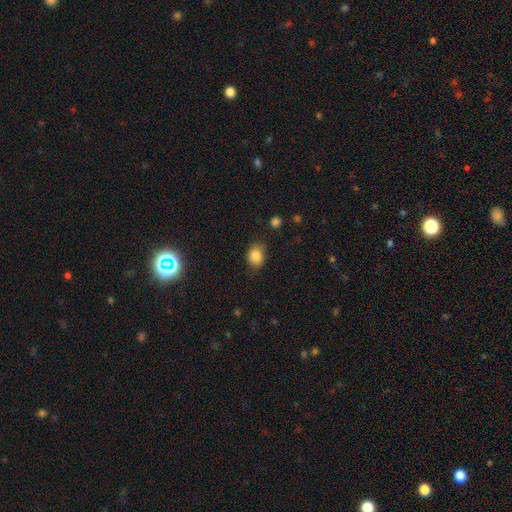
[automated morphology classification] A smooth galaxy with no disk features (85%) that is in between round and cigar-shaped (61%).

Vote fractions:
- Smooth or featured? smooth: 85% / star or artifact: 10% / featured or disk: 5%
- How rounded? in between: 61% / round: 38% / cigar-shaped: 1%
- Merging? none: 76% / minor disturbance: 18% / major disturbance: 4% / merger: 2%